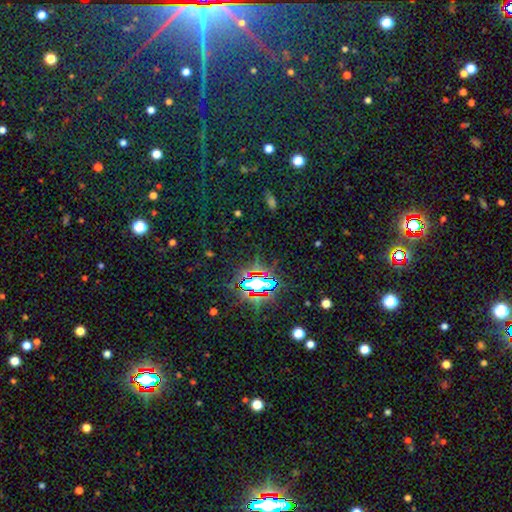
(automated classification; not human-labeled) smooth-or-featured: star or artifact: 83% | smooth: 10% | featured or disk: 8%